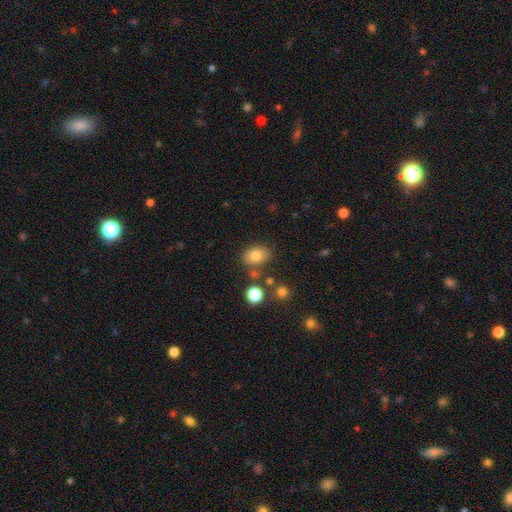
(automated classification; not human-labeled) A smooth galaxy with no disk features (79%) that is in between round and cigar-shaped (67%).

Vote fractions:
- Smooth or featured? smooth: 79% / star or artifact: 11% / featured or disk: 10%
- How rounded? in between: 67% / round: 32% / cigar-shaped: 1%
- Merging? none: 75% / minor disturbance: 14% / merger: 7% / major disturbance: 4%